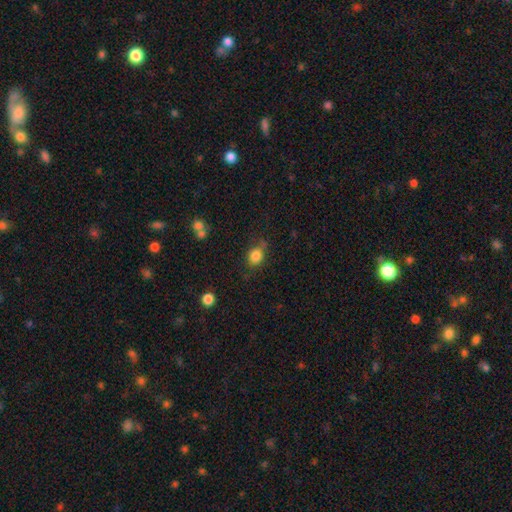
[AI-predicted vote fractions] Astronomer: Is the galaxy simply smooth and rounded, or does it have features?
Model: smooth — 83%.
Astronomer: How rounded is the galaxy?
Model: round — 56% (runner-up: in between, 42%).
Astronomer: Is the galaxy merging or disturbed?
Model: none — 65%.